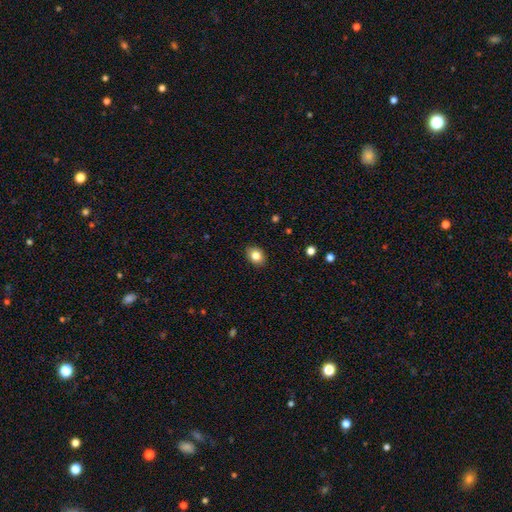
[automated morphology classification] smooth 83%, star or artifact 9%, featured or disk 7%. Down the decision tree: how rounded — in between (62%); merging — none (89%).